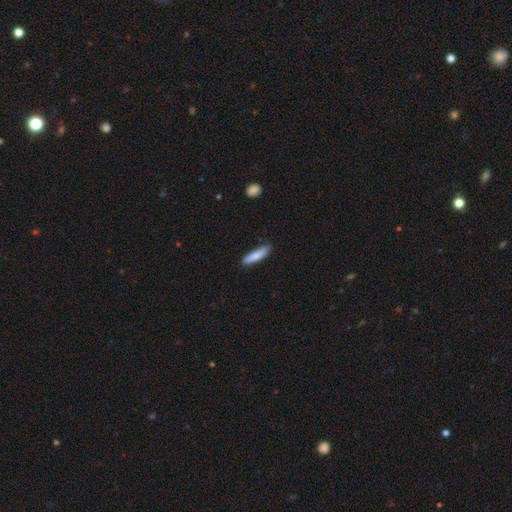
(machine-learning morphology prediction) Smooth or featured?
  - smooth: 81% *
  - featured or disk: 13%
  - star or artifact: 6%
How rounded?
  - cigar-shaped: 79% *
  - in between: 20%
  - round: 1%
Merging?
  - none: 81% *
  - minor disturbance: 15%
  - major disturbance: 2%
  - merger: 2%